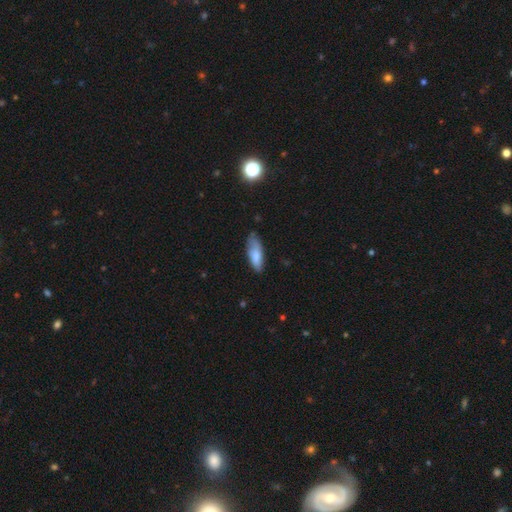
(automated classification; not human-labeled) Smooth or featured? Predicted: smooth (p=0.79). How rounded? Predicted: in between (p=0.65). Merging? Predicted: none (p=0.63).